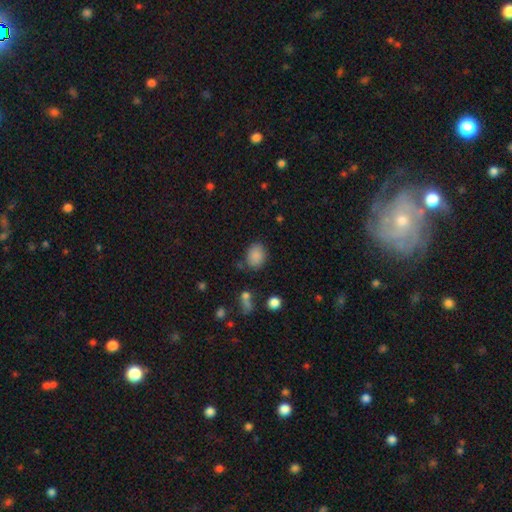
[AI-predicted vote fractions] Overall: smooth (85%). How rounded: in between (53%; round 46%). Merging: none (77%).